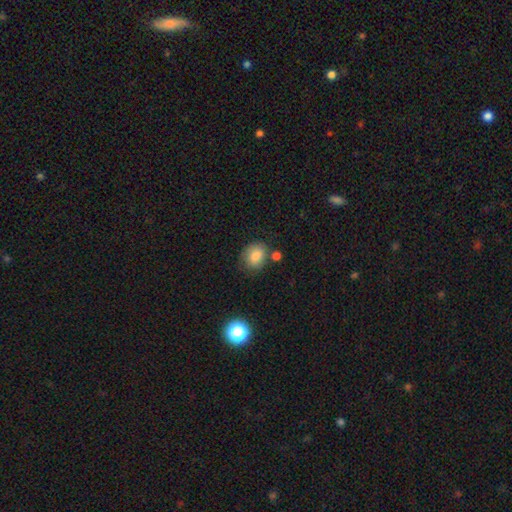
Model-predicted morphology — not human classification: Overall: smooth (83%). How rounded: round (54%; in between 45%). Merging: none (68%).